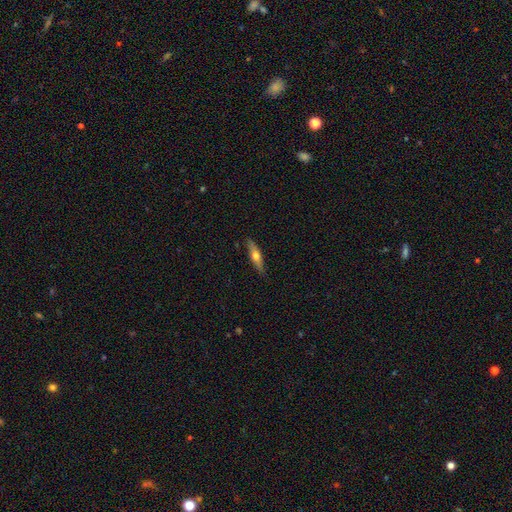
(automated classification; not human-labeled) Q: Smooth or featured?
A: smooth (48%); runner-up: featured or disk (46%)
Q: Merging?
A: none (86%); runner-up: minor disturbance (11%)